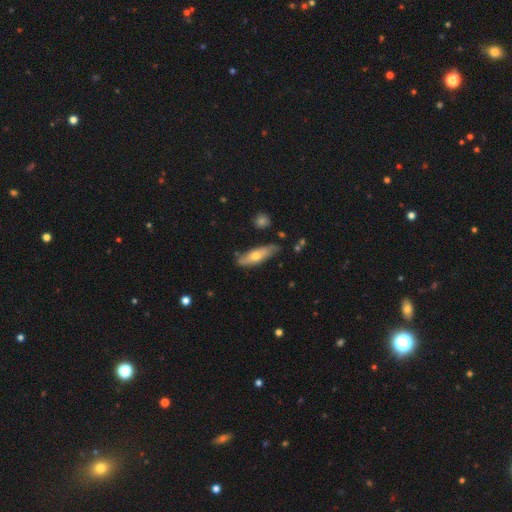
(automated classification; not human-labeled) Morphology: type=smooth (57%); roundness=cigar-shaped (53%); merging=none (77%).